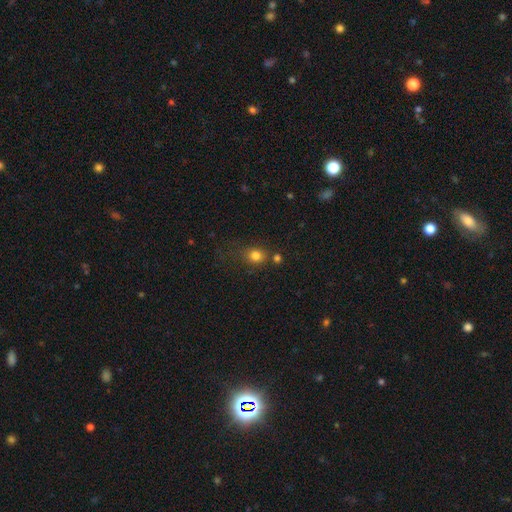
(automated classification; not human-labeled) Smooth or featured? smooth (79%)
How rounded? round (71%)
Merging? none (63%)